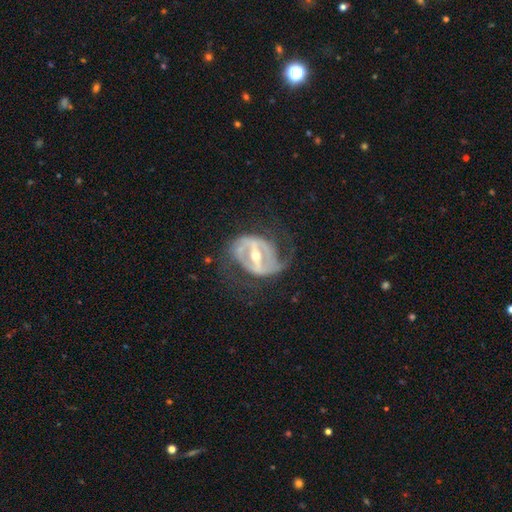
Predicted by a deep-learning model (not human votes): Smooth or featured? Predicted: featured or disk (p=0.87). Edge-on disk? Predicted: no (p=0.95). Bar? Predicted: strong (p=0.73). Spiral arms? Predicted: yes (p=0.77). Spiral winding? Predicted: medium (p=0.42). Spiral arm count? Predicted: 2 (p=0.74). Bulge size? Predicted: moderate (p=0.62). Merging? Predicted: none (p=0.55).